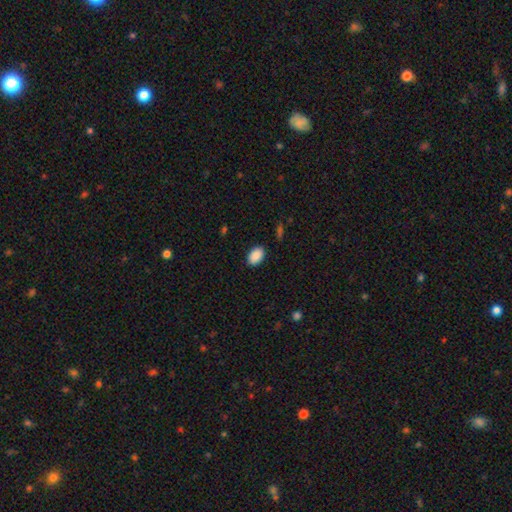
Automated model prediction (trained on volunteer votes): smooth_or_featured: smooth (p=0.90) [alt: star or artifact p=0.07]
how_rounded: in between (p=0.88) [alt: round p=0.11]
merging: none (p=0.88) [alt: minor disturbance p=0.09]